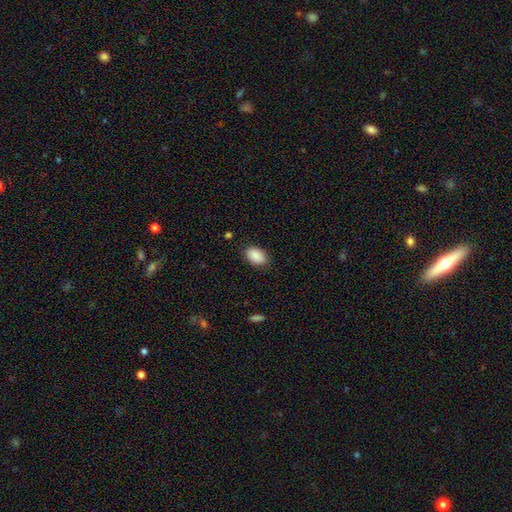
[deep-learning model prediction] Smooth or featured? smooth (90%)
How rounded? in between (89%)
Merging? none (86%)